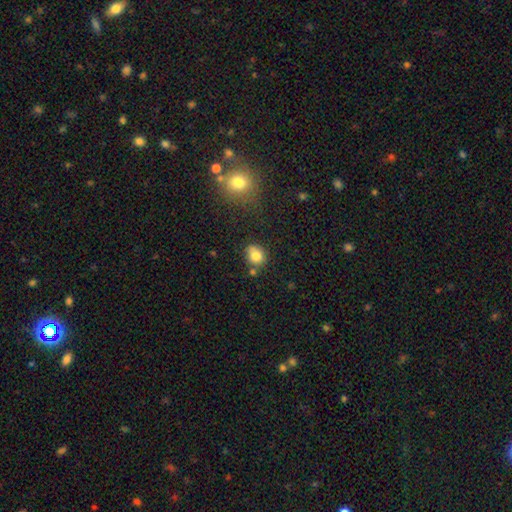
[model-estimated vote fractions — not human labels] Smooth or featured?
  - smooth: 79% *
  - star or artifact: 11%
  - featured or disk: 10%
How rounded?
  - round: 70% *
  - in between: 29%
  - cigar-shaped: 1%
Merging?
  - none: 64% *
  - minor disturbance: 18%
  - merger: 13%
  - major disturbance: 5%